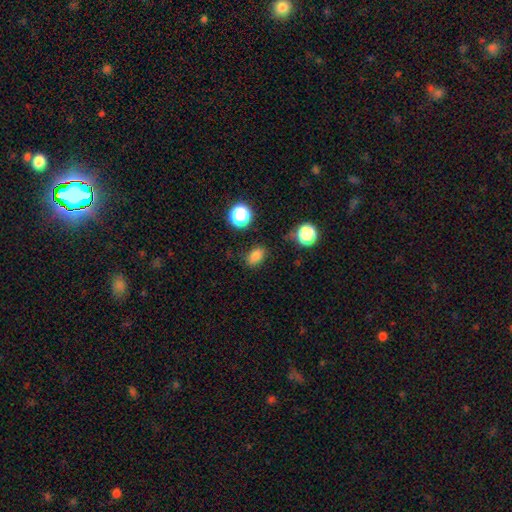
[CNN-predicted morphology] This appears to be a smooth galaxy with no disk features (81%) that is in between round and cigar-shaped (75%). Merging: none (80%).